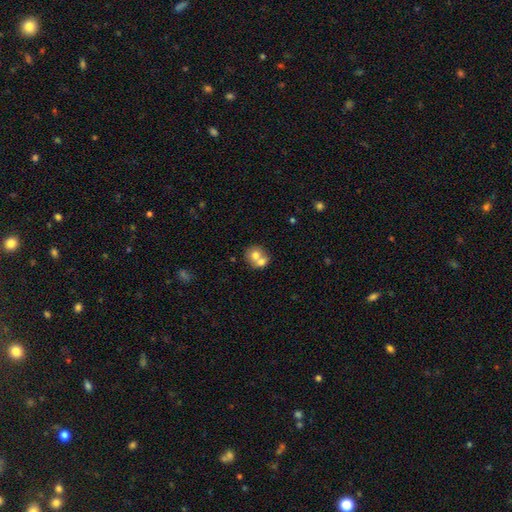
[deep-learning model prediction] Smooth or featured?
  - smooth: 67% *
  - featured or disk: 24%
  - star or artifact: 9%
How rounded?
  - round: 77% *
  - in between: 22%
  - cigar-shaped: 1%
Merging?
  - merger: 58% *
  - none: 33%
  - minor disturbance: 6%
  - major disturbance: 3%